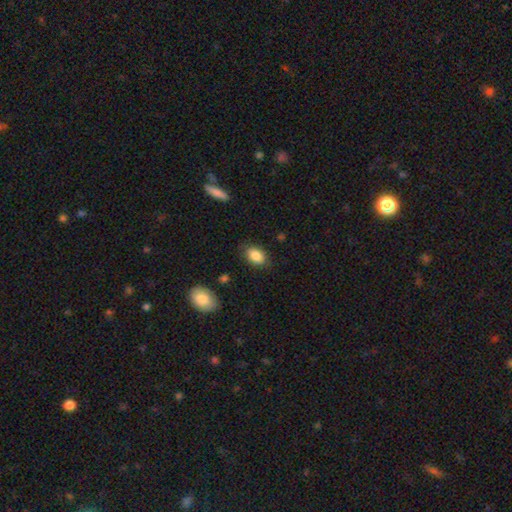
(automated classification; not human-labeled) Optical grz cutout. It shows a smooth galaxy with no disk features (86%) that is in between round and cigar-shaped (86%). Merging: none (83%).